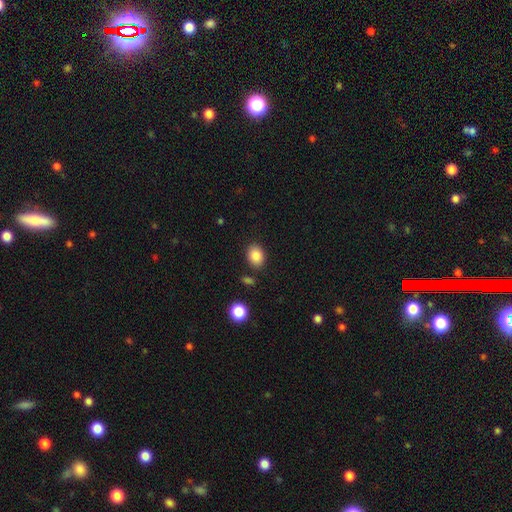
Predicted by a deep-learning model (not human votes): Smooth or featured: smooth — 86% (star or artifact — 9%)
How rounded: in between — 61% (round — 38%)
Merging: none — 84% (minor disturbance — 10%)